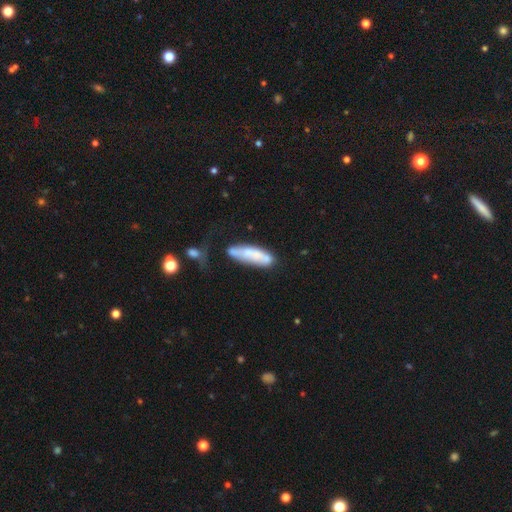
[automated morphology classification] smooth-or-featured: smooth: 56% | featured or disk: 36% | star or artifact: 7%
  how-rounded: cigar-shaped: 56% | in between: 42% | round: 2%
  merging: none: 47% | minor disturbance: 25% | merger: 15% | major disturbance: 12%